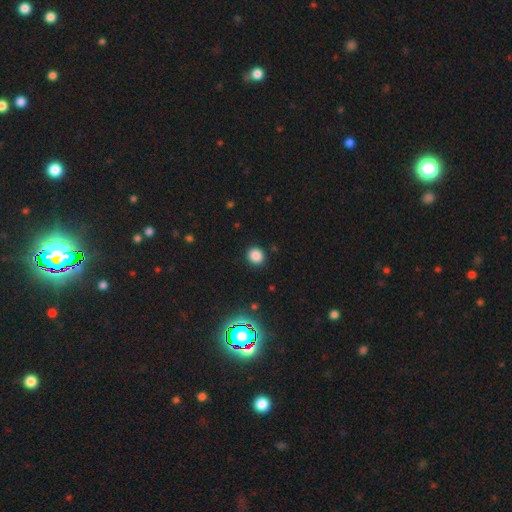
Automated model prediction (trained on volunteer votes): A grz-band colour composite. It shows a smooth galaxy with no disk features (84%) that is round (78%). Merging: none (90%).